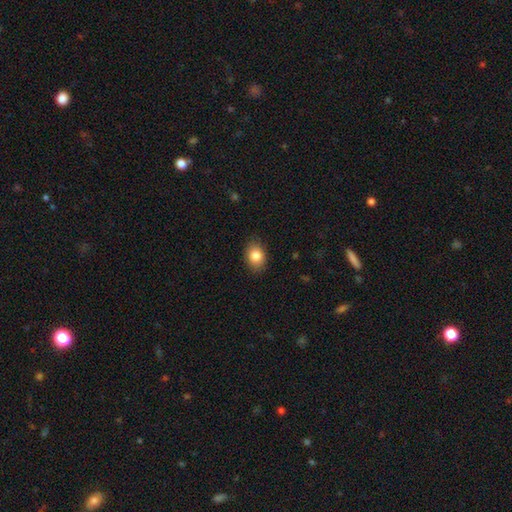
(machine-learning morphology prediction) smooth 84%, star or artifact 8%, featured or disk 7%. Down the decision tree: how rounded — in between (71%); merging — none (86%).